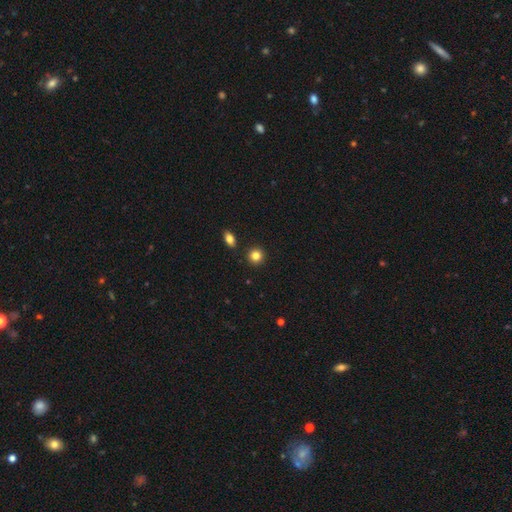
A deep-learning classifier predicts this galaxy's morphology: The model was most divided on "smooth or featured": smooth: 83%, star or artifact: 11%, featured or disk: 6%. More confident: how rounded — round (90%); merging — none (89%).